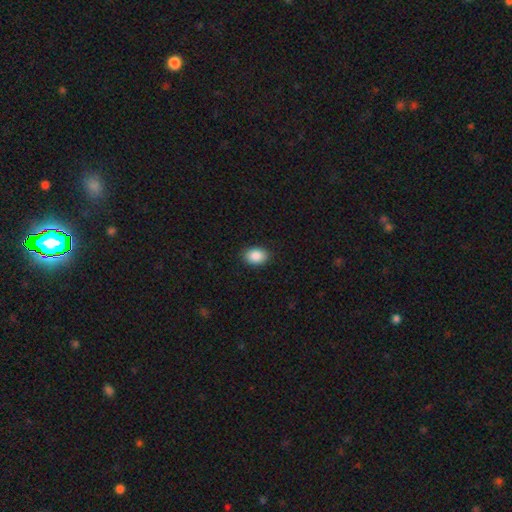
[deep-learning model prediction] Smooth or featured?
  - smooth: 89% *
  - star or artifact: 8%
  - featured or disk: 4%
How rounded?
  - in between: 78% *
  - round: 21%
  - cigar-shaped: 1%
Merging?
  - none: 89% *
  - minor disturbance: 8%
  - major disturbance: 2%
  - merger: 1%